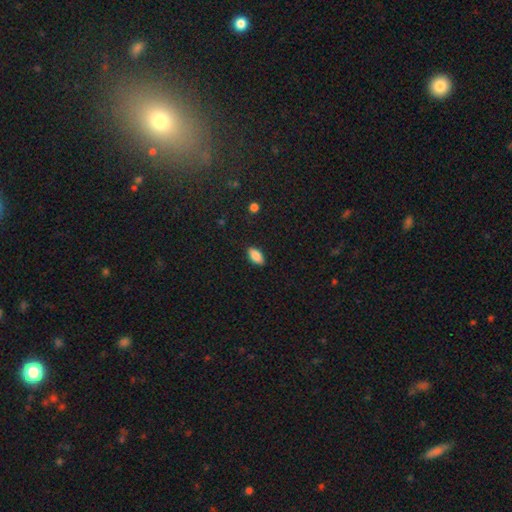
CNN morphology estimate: The model was most divided on "smooth or featured": smooth: 86%, star or artifact: 7%, featured or disk: 7%. More confident: how rounded — in between (91%); merging — none (88%).